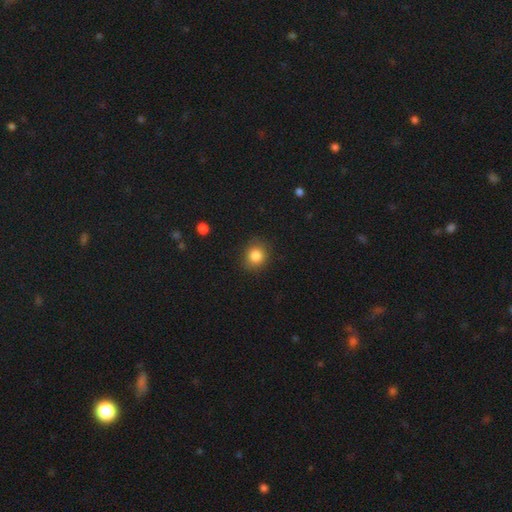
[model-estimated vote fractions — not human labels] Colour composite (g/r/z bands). It shows a smooth galaxy with no disk features (84%) that is round (75%). Merging: none (86%).